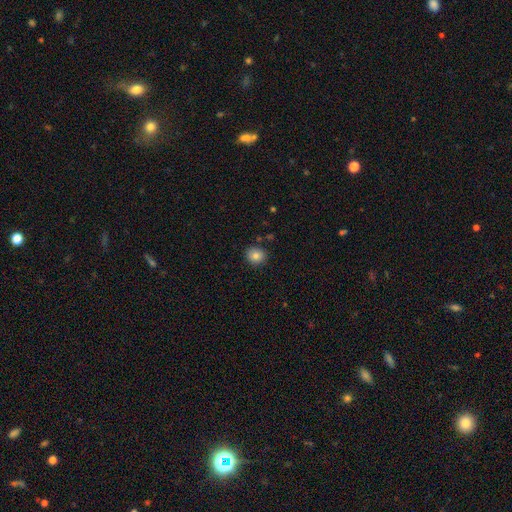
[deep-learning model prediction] Smooth or featured? smooth (81%)
How rounded? round (82%)
Merging? none (87%)